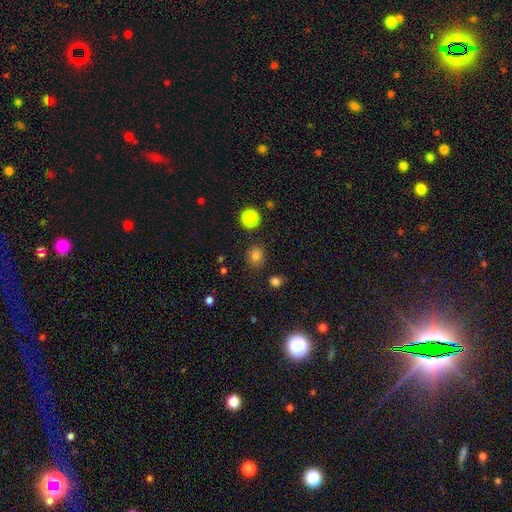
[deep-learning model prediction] smooth 81%, star or artifact 14%, featured or disk 5%. Down the decision tree: how rounded — round (80%); merging — none (84%).